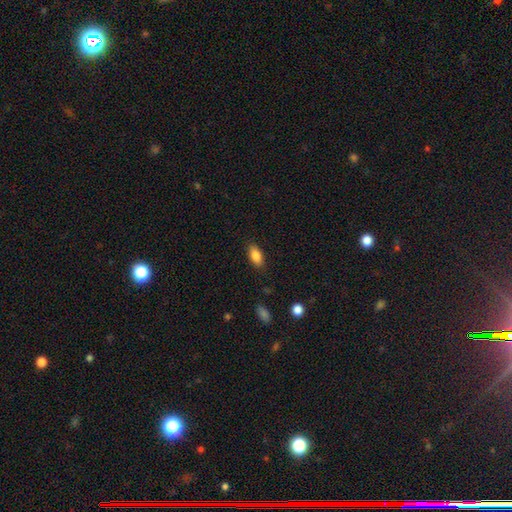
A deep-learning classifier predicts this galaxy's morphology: smooth-or-featured: smooth: 85% | star or artifact: 8% | featured or disk: 7%
  how-rounded: in between: 88% | cigar-shaped: 9% | round: 3%
  merging: none: 86% | minor disturbance: 10% | major disturbance: 2% | merger: 1%